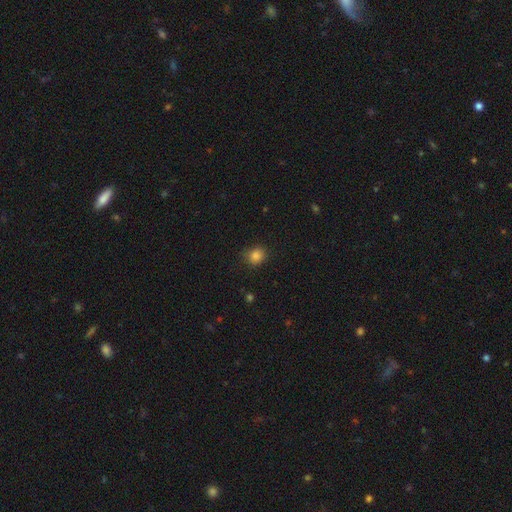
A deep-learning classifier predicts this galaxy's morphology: smooth 84%, star or artifact 12%, featured or disk 4%. Down the decision tree: how rounded — round (75%); merging — none (79%).